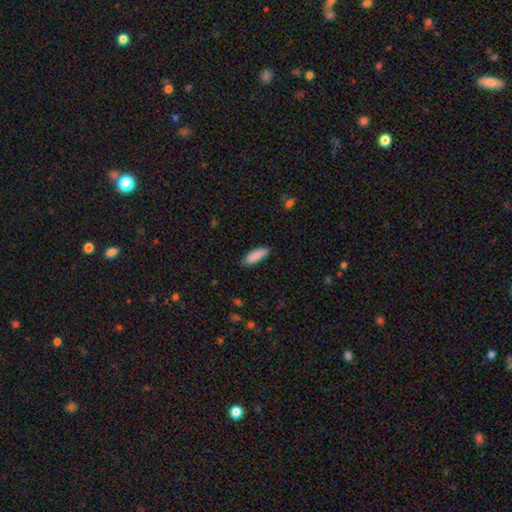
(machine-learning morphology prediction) A smooth galaxy with no disk features (86%) that is in between round and cigar-shaped (66%).

Vote fractions:
- Smooth or featured? smooth: 86% / featured or disk: 8% / star or artifact: 6%
- How rounded? in between: 66% / cigar-shaped: 33% / round: 2%
- Merging? none: 81% / minor disturbance: 15% / major disturbance: 3% / merger: 1%